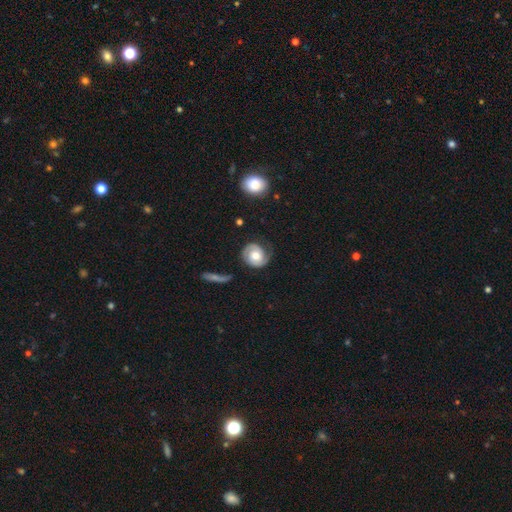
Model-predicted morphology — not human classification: This is likely a featured or disk galaxy (68%). It is clearly not viewed edge-on (97%). Bar: likely no (72%). Spiral arm pattern: clearly yes (91%). Spiral arm count: likely 2 (76%). Spiral winding: possibly tight (53%). Central bulge: likely moderate (64%). Merging: likely none (67%).